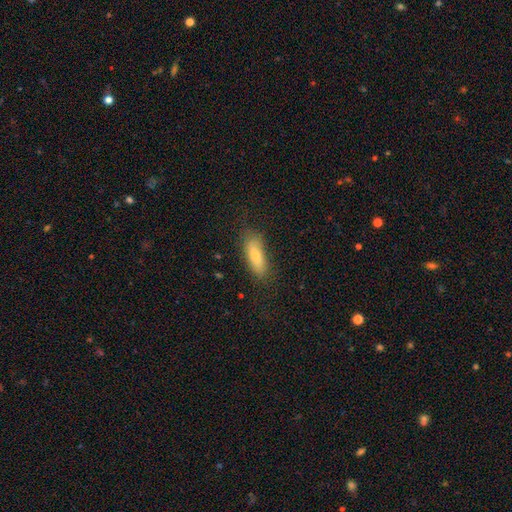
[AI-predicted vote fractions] Q: Smooth or featured?
A: smooth (74%); runner-up: featured or disk (19%)
Q: How rounded?
A: in between (62%); runner-up: cigar-shaped (35%)
Q: Merging?
A: none (75%); runner-up: minor disturbance (18%)